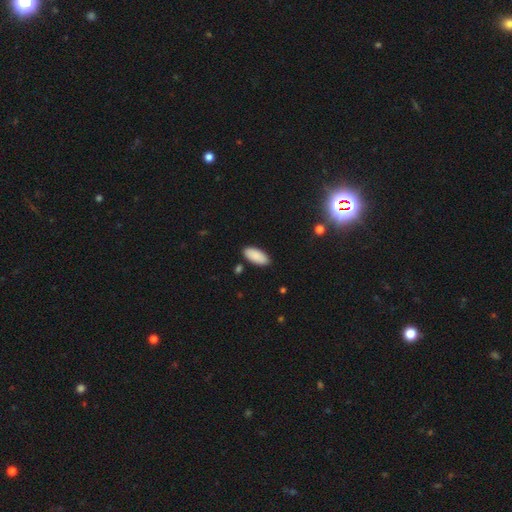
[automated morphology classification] Smooth or featured: smooth — 89% (star or artifact — 6%)
How rounded: in between — 90% (cigar-shaped — 9%)
Merging: none — 87% (minor disturbance — 9%)